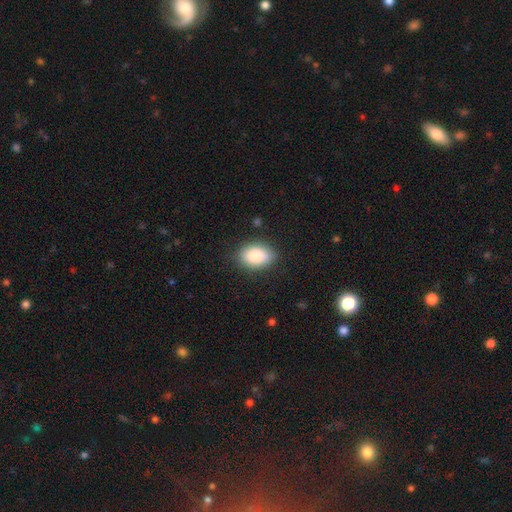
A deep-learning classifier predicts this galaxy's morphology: Smooth or featured?
  - smooth: 84% *
  - featured or disk: 8%
  - star or artifact: 8%
How rounded?
  - in between: 83% *
  - round: 16%
  - cigar-shaped: 1%
Merging?
  - none: 86% *
  - minor disturbance: 10%
  - major disturbance: 3%
  - merger: 1%